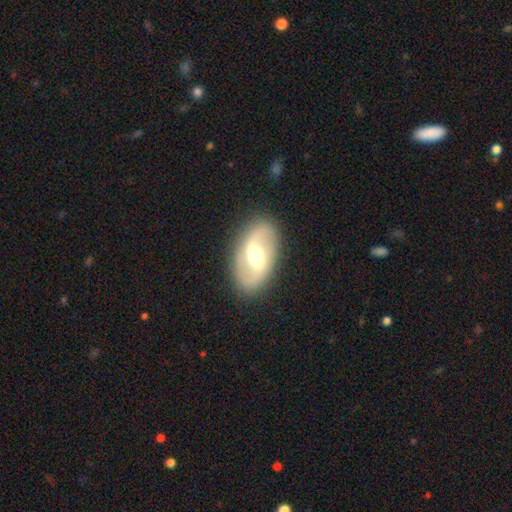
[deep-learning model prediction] Smooth or featured? Predicted: featured or disk (p=0.76). Edge-on disk? Predicted: no (p=0.95). Bar? Predicted: weak (p=0.47). Spiral arms? Predicted: yes (p=0.83). Spiral winding? Predicted: loose (p=0.57). Spiral arm count? Predicted: 2 (p=0.91). Bulge size? Predicted: moderate (p=0.70). Merging? Predicted: none (p=0.87).